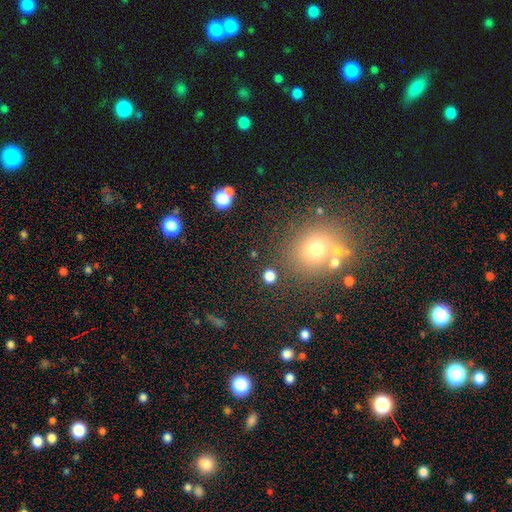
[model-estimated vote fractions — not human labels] A smooth galaxy with no disk features (57%) that is round (75%). Merging: none (72%).